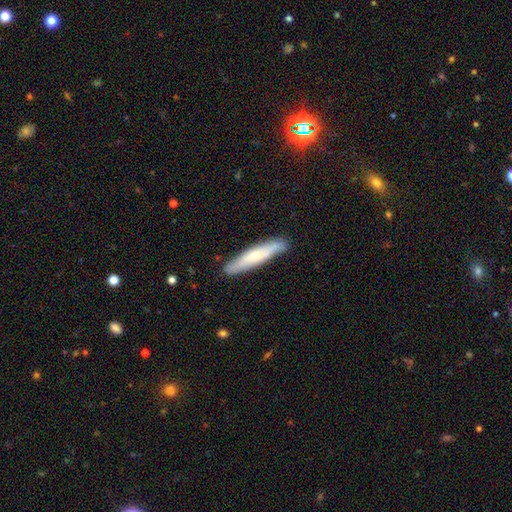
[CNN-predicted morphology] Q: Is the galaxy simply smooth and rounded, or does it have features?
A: smooth — 53%.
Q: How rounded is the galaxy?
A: cigar-shaped — 86%.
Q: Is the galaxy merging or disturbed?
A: none — 87%.